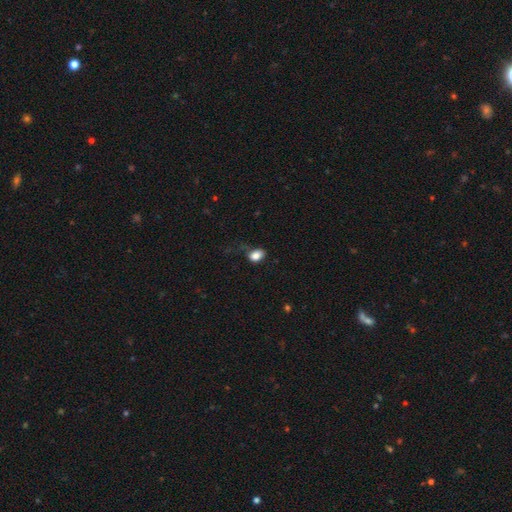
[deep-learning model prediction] A smooth galaxy with no disk features (84%) that is in between round and cigar-shaped (74%). Merging: none (48%).